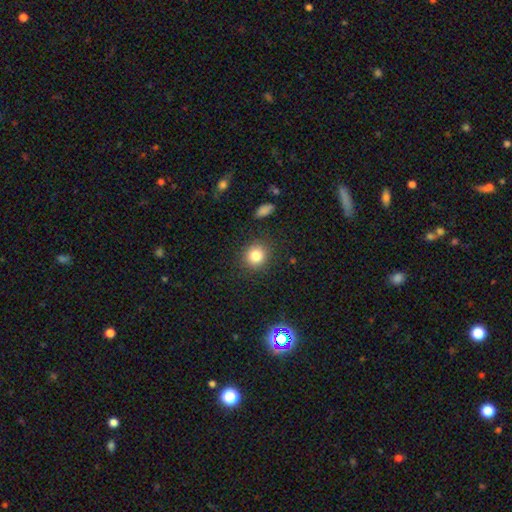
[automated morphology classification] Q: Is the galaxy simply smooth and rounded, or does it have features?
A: smooth — 82%.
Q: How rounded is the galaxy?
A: round — 87%.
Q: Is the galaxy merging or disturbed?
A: none — 88%.